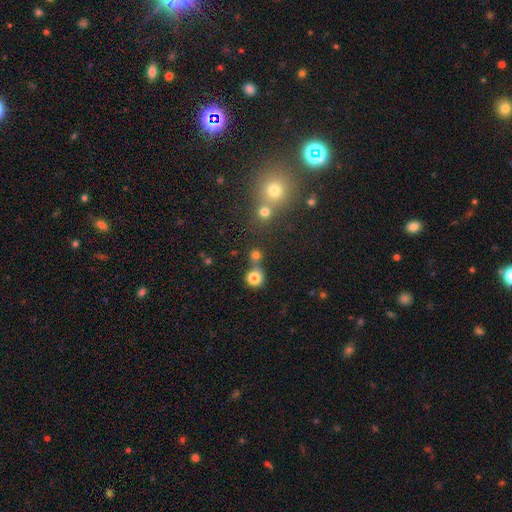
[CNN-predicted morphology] This appears to be a smooth galaxy with no disk features (69%) that is round (89%). Merging: none (67%).